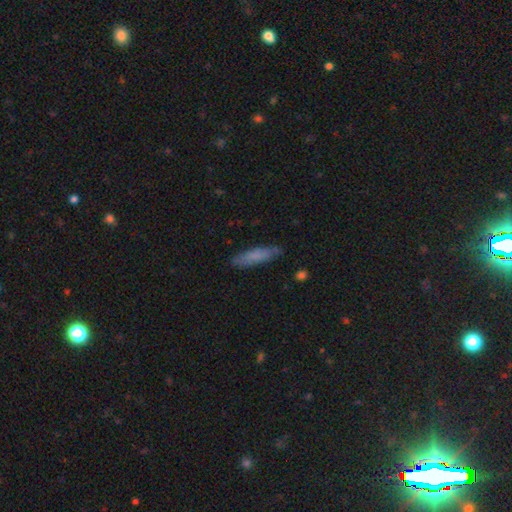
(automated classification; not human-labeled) Q: Smooth or featured?
A: smooth (75%); runner-up: featured or disk (18%)
Q: How rounded?
A: cigar-shaped (78%); runner-up: in between (21%)
Q: Merging?
A: none (82%); runner-up: minor disturbance (14%)